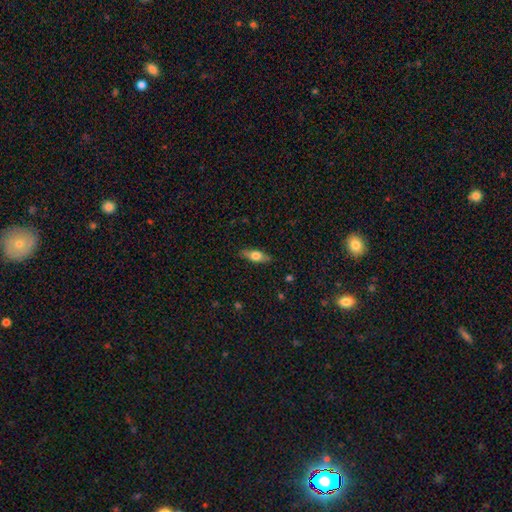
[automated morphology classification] Smooth or featured? Predicted: smooth (p=0.64). How rounded? Predicted: in between (p=0.66). Merging? Predicted: none (p=0.85).